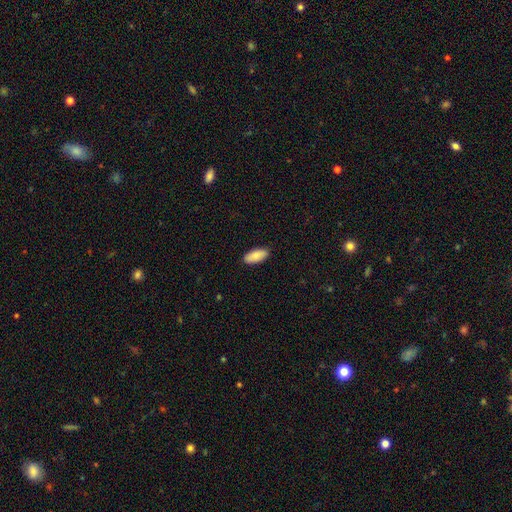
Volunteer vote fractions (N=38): A smooth galaxy with no disk features (84%) that is in between round and cigar-shaped (97%).

Vote fractions:
- Smooth or featured? smooth: 84% / featured or disk: 13% / star or artifact: 3%
- How rounded? in between: 97% / cigar-shaped: 3% / round: 0%
- Merging? none: 89% / minor disturbance: 5% / major disturbance: 3% / merger: 3%